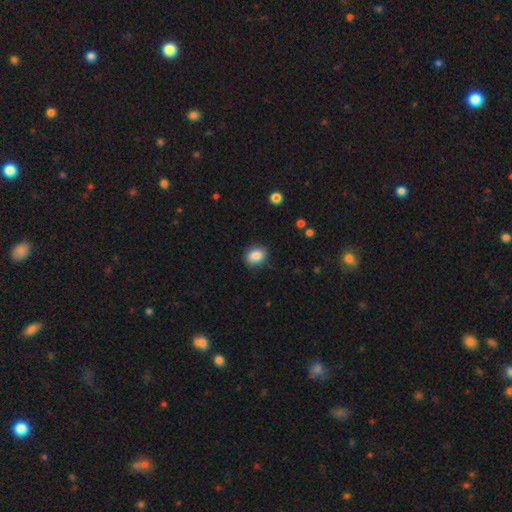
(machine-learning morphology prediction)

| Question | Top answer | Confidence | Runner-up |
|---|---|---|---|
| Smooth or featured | smooth | 86% | star or artifact (9%) |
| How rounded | in between | 62% | round (37%) |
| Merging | none | 82% | minor disturbance (14%) |